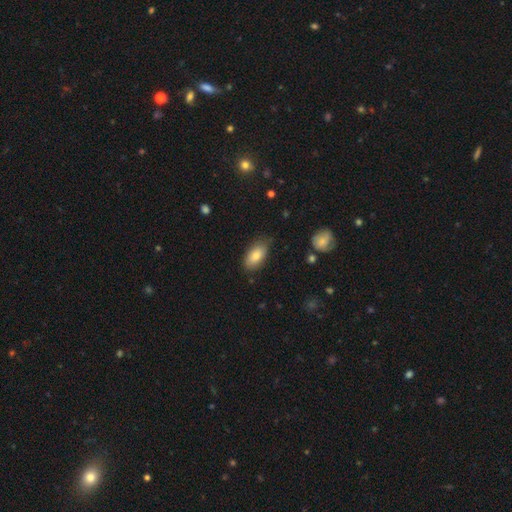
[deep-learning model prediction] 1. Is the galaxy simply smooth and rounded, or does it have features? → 78% smooth, 15% featured or disk, 7% star or artifact.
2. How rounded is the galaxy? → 92% in between, 4% cigar-shaped, 4% round.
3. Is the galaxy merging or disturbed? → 76% none, 19% minor disturbance, 3% major disturbance, 2% merger.